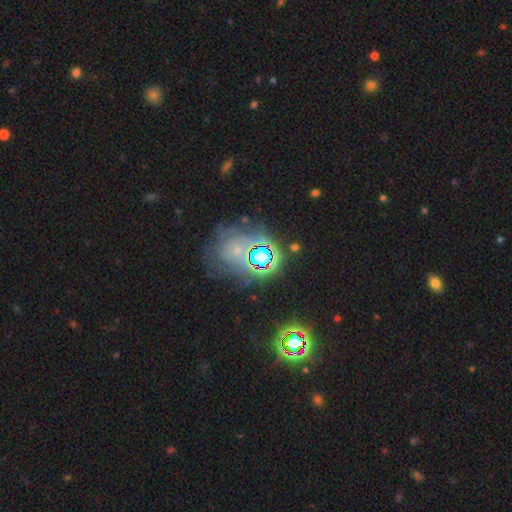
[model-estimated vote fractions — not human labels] smooth-or-featured: star or artifact: 54% | smooth: 25% | featured or disk: 21%